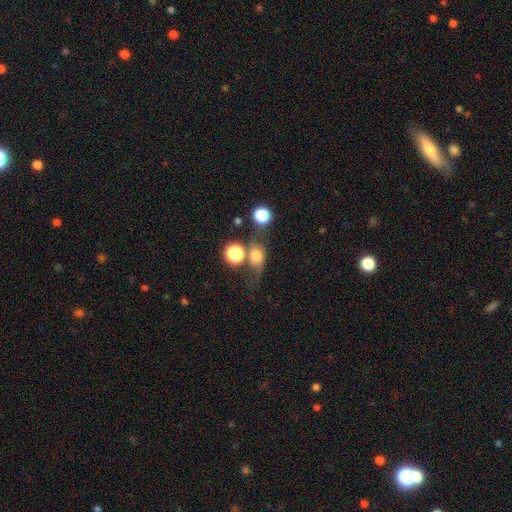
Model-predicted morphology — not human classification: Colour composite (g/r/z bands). It shows a smooth galaxy with no disk features (66%) that is round (55%). Merging: none (41%).